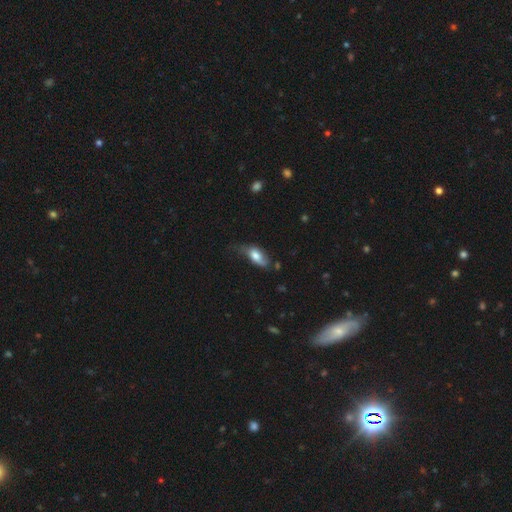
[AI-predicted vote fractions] smooth 65%, featured or disk 28%, star or artifact 7%. Down the decision tree: how rounded — in between (85%); merging — minor disturbance (39%).